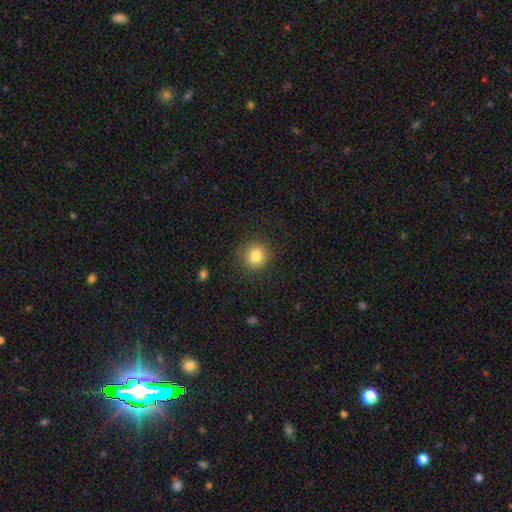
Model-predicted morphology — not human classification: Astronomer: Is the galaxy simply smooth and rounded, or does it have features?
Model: smooth — 83%.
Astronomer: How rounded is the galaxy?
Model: round — 89%.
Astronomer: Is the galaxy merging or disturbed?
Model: none — 88%.